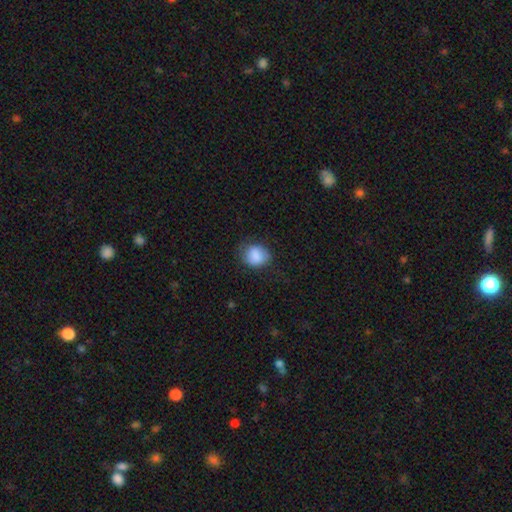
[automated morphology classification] This appears to be a smooth galaxy with no disk features (85%) that is round (60%). Merging: none (71%).